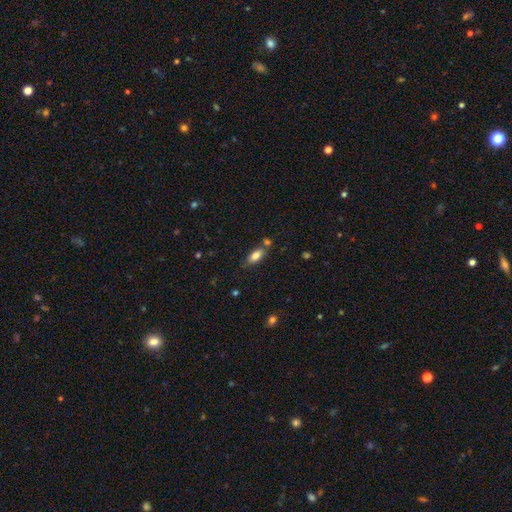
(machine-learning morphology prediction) smooth_or_featured: smooth (p=0.80) [alt: featured or disk p=0.12]
how_rounded: in between (p=0.84) [alt: cigar-shaped p=0.14]
merging: none (p=0.67) [alt: minor disturbance p=0.15]